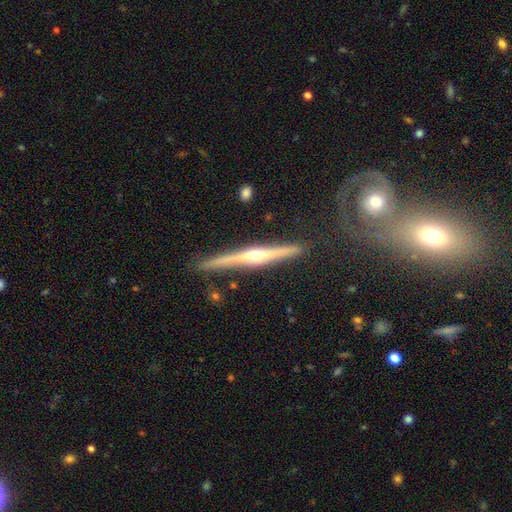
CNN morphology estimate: This appears to be a featured or disk galaxy (80%) viewed edge-on (98%) with a rounded central bulge (91%). Merging: none (88%).